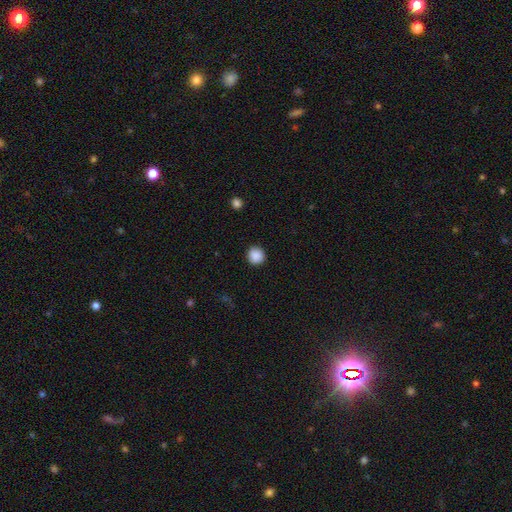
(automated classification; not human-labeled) Morphology: type=smooth (89%); roundness=round (93%); merging=none (91%).